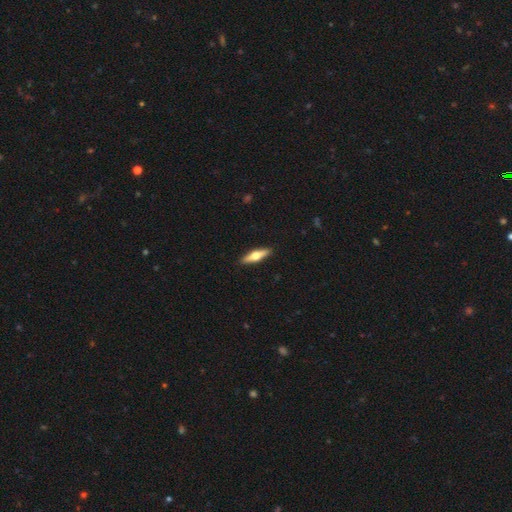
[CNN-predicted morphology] A featured or disk galaxy (55%) viewed edge-on (94%) with a rounded central bulge (95%). Merging: none (91%).